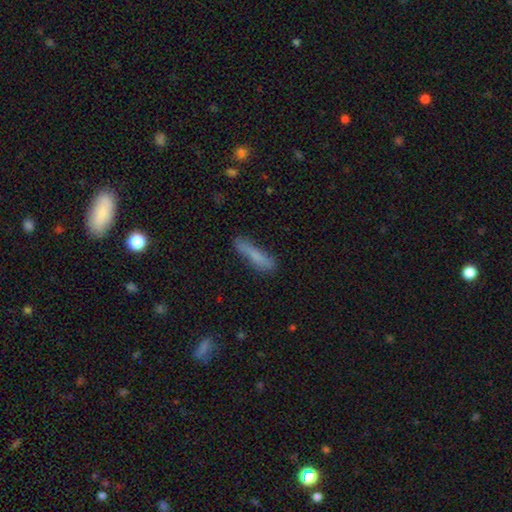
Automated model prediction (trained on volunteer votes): This appears to be a smooth galaxy with no disk features (74%) that is cigar-shaped (86%). Merging: none (71%).